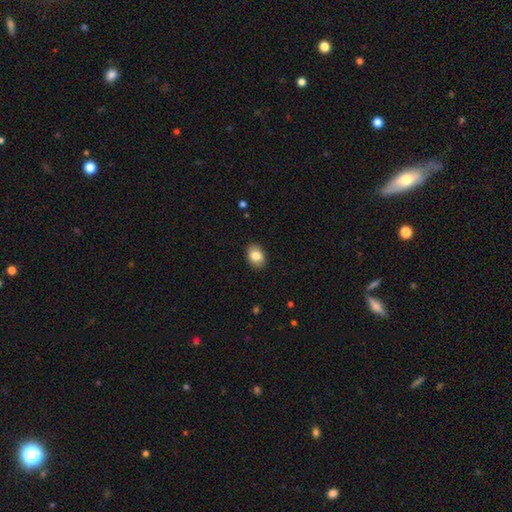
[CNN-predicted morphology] Smooth or featured: smooth — 83% (featured or disk — 9%)
How rounded: in between — 75% (round — 24%)
Merging: none — 89% (minor disturbance — 8%)